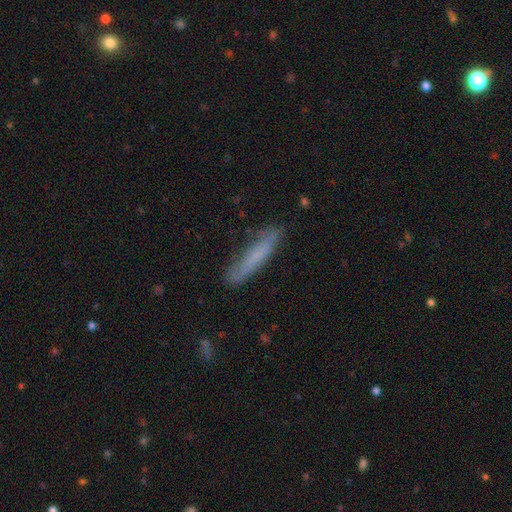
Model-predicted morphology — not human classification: A smooth galaxy with no disk features (63%) that is cigar-shaped (90%).

Vote fractions:
- Smooth or featured? smooth: 63% / featured or disk: 30% / star or artifact: 8%
- How rounded? cigar-shaped: 90% / in between: 9% / round: 1%
- Merging? none: 79% / minor disturbance: 16% / major disturbance: 3% / merger: 2%